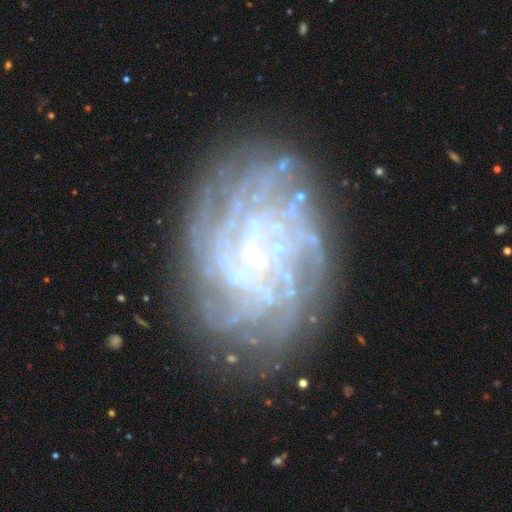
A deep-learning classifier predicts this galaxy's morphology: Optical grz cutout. It shows a featured or disk galaxy (84%) with no bar (58%), more than 4 (32%) tight (70%) spiral arms (94%) and a small central bulge (80%). Merging: none (76%).